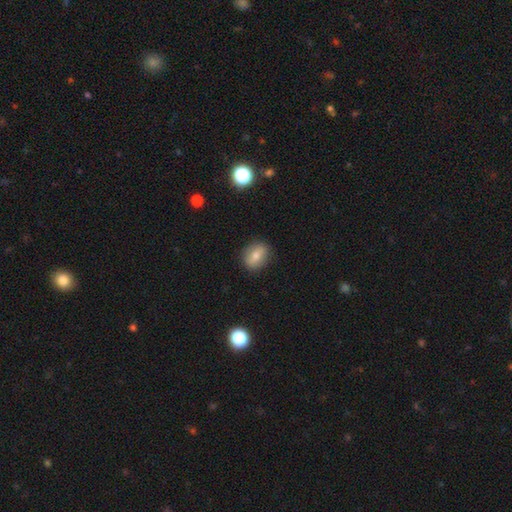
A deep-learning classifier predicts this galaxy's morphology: Smooth or featured? Predicted: smooth (p=0.67). How rounded? Predicted: in between (p=0.51). Merging? Predicted: none (p=0.86).